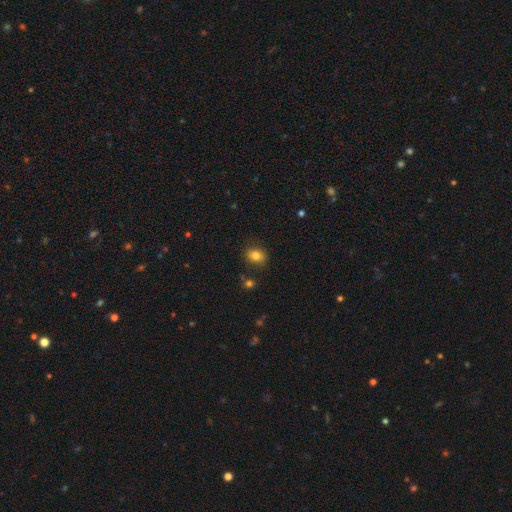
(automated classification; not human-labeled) Smooth or featured? Predicted: smooth (p=0.81). How rounded? Predicted: in between (p=0.61). Merging? Predicted: none (p=0.85).